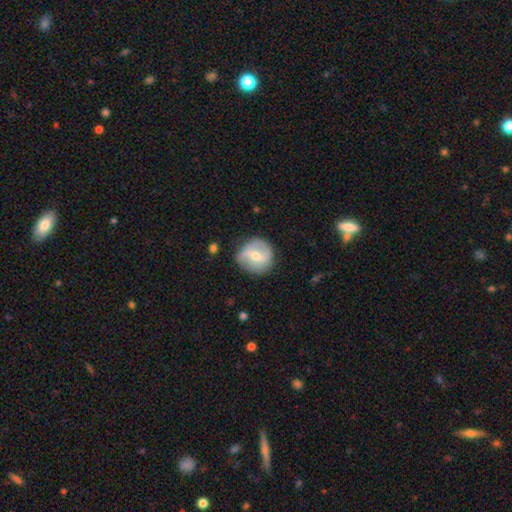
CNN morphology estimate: The model was most divided on "bulge size": moderate: 55%, small: 41%, large: 2%, none: 1%, dominant: 1%. Remaining: edge-on disk — no (96%); merging — none (78%); spiral arms — yes (68%); smooth or featured — featured or disk (58%); bar — weak (44%).